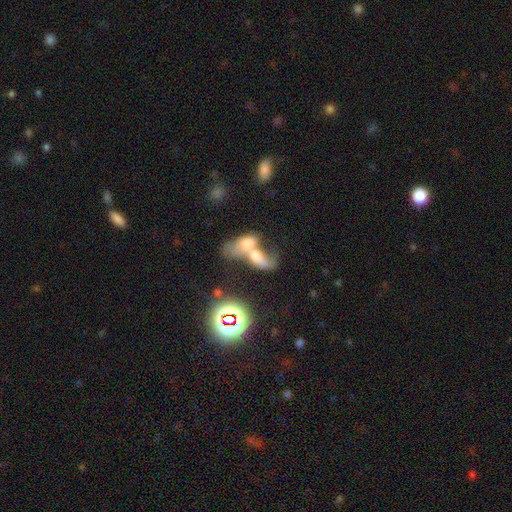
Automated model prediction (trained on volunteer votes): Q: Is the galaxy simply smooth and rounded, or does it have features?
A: smooth — 50%.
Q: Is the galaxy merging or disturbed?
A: merger — 79%.